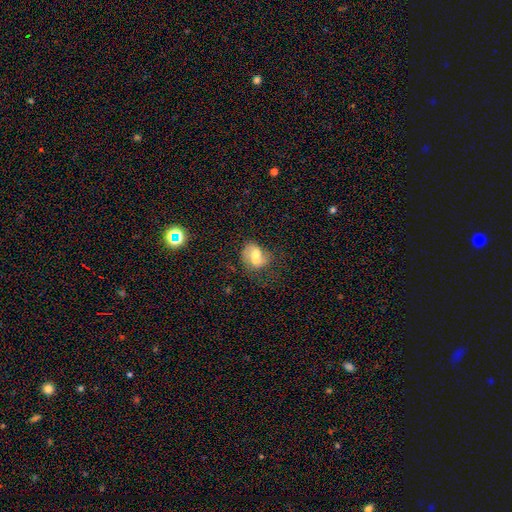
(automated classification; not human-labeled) This appears to be a smooth galaxy with no disk features (46%). Merging: merger (42%).